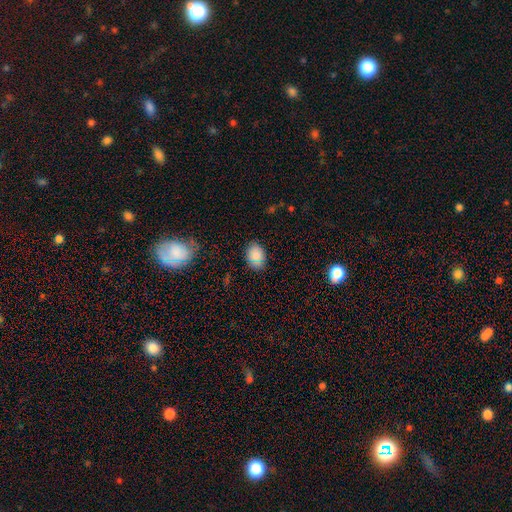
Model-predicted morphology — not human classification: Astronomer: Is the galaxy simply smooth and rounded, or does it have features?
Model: smooth — 83%.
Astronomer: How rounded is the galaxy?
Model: in between — 68%.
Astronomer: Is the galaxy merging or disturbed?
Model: none — 79%.